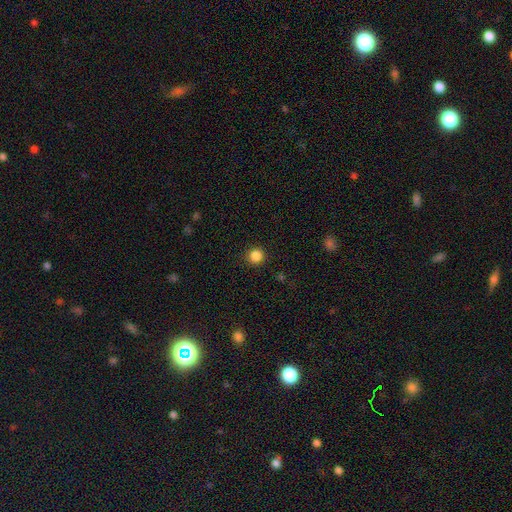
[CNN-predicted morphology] Smooth or featured? Predicted: smooth (p=0.86). How rounded? Predicted: round (p=0.95). Merging? Predicted: none (p=0.91).